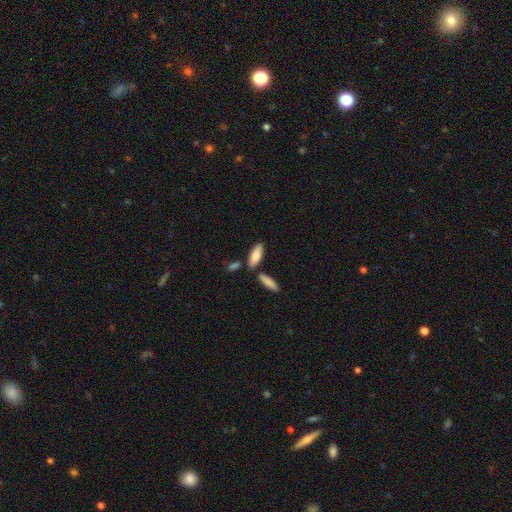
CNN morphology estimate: smooth-or-featured: smooth: 83% | featured or disk: 12% | star or artifact: 5%
  how-rounded: in between: 66% | cigar-shaped: 32% | round: 2%
  merging: none: 71% | merger: 14% | minor disturbance: 12% | major disturbance: 3%